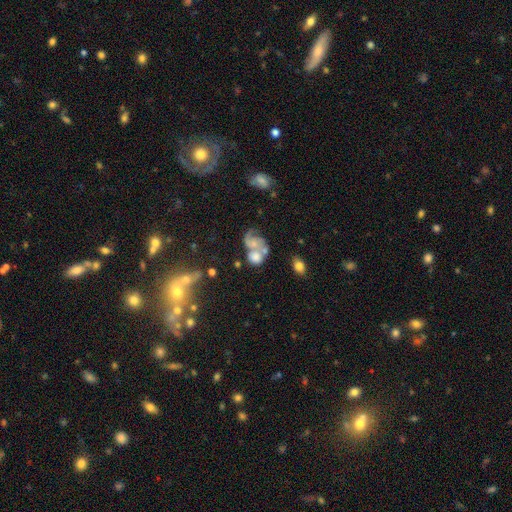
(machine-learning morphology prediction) Smooth or featured?
  - featured or disk: 48% *
  - smooth: 39%
  - star or artifact: 13%
Merging?
  - merger: 50% *
  - none: 22%
  - major disturbance: 17%
  - minor disturbance: 12%